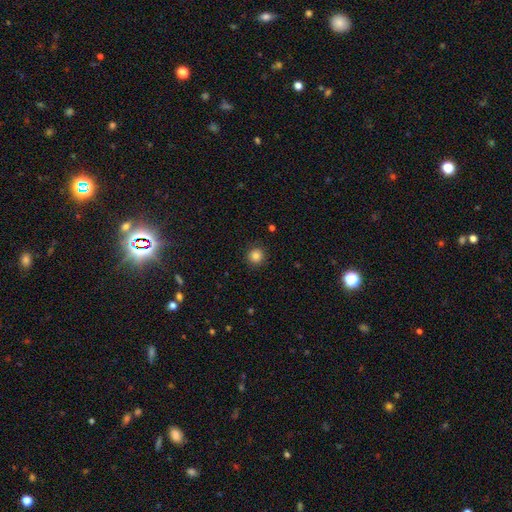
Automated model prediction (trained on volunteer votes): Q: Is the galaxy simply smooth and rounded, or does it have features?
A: smooth — 84%.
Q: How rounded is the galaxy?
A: round — 94%.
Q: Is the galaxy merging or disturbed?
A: none — 90%.